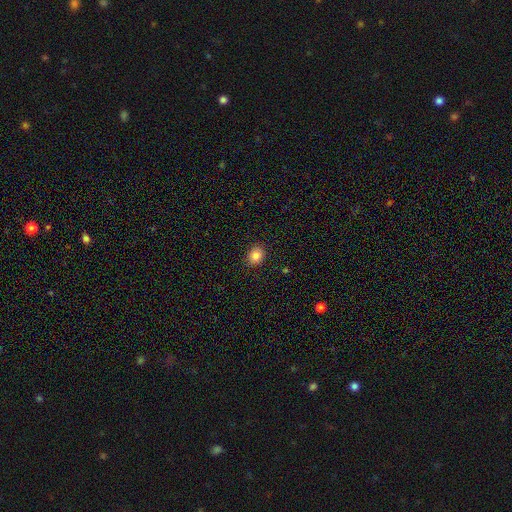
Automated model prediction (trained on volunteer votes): smooth 85%, star or artifact 10%, featured or disk 5%. Down the decision tree: how rounded — round (59%); merging — none (89%).